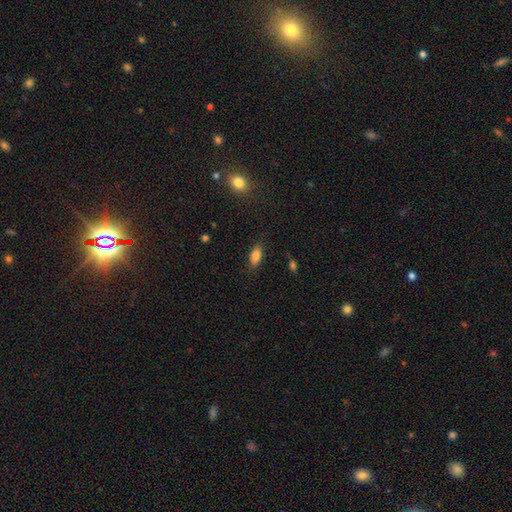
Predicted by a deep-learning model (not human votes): Overall: smooth (82%). How rounded: in between (84%). Merging: none (80%).